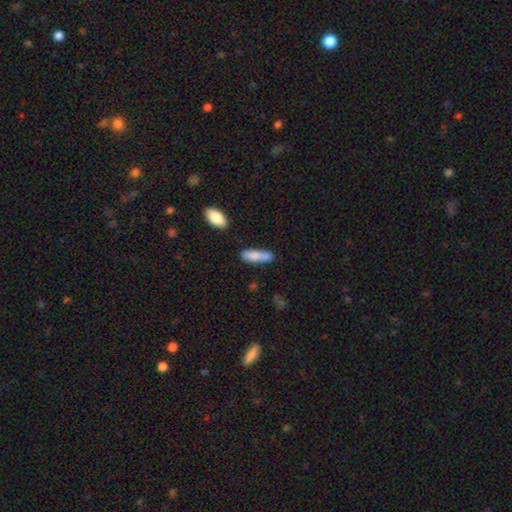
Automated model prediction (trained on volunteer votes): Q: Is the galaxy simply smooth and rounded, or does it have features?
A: smooth — 83%.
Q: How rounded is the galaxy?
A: cigar-shaped — 57%.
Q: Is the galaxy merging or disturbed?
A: none — 64%.